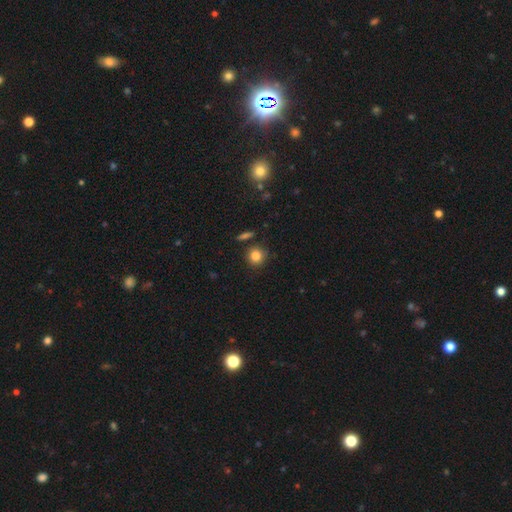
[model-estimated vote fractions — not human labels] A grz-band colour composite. It shows a smooth galaxy with no disk features (81%) that is round (90%). Merging: none (84%).